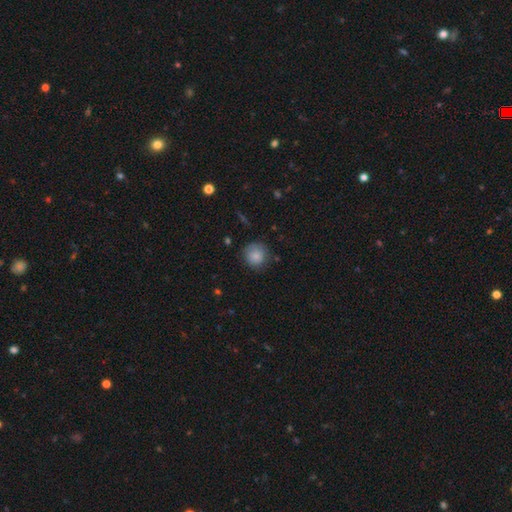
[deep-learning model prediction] The model was most divided on "merging": none: 75%, minor disturbance: 18%, major disturbance: 5%, merger: 2%. More confident: how rounded — round (91%); smooth or featured — smooth (83%).